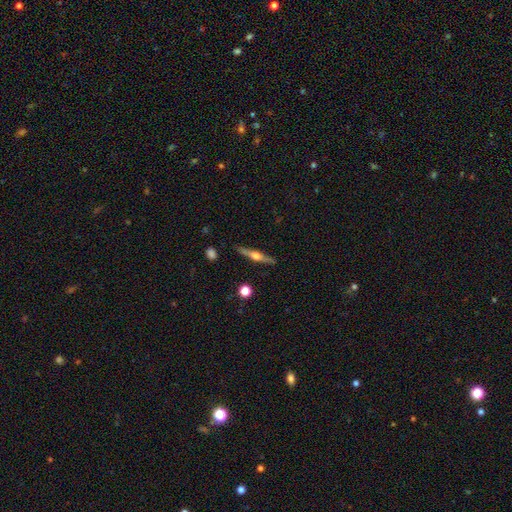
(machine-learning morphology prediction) Smooth or featured? featured or disk (71%)
Edge-on disk? yes (98%)
Edge-on bulge? rounded (91%)
Merging? none (89%)